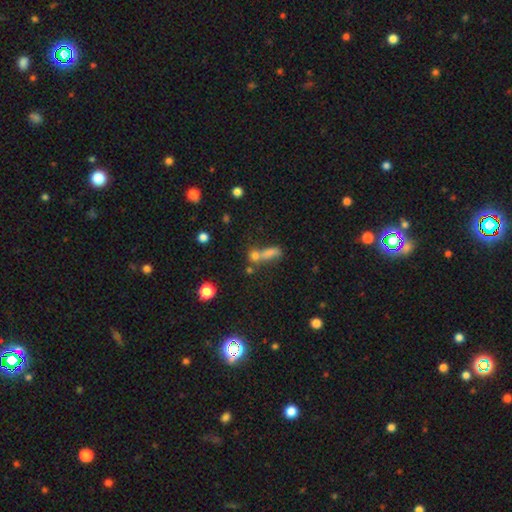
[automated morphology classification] Q: Smooth or featured?
A: smooth (68%); runner-up: star or artifact (18%)
Q: How rounded?
A: in between (39%); runner-up: round (38%)
Q: Merging?
A: merger (47%); runner-up: none (35%)